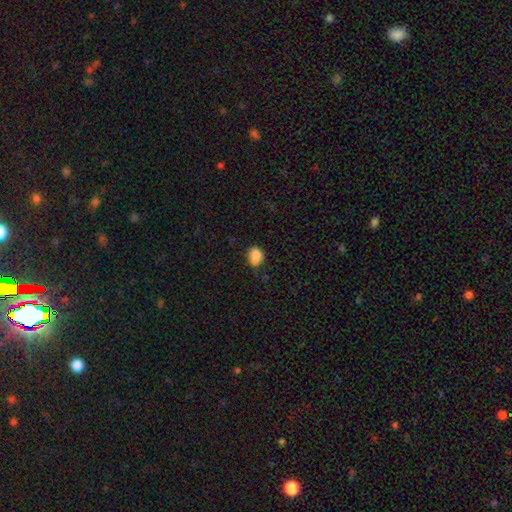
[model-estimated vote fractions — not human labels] The model was most divided on "how rounded": round: 55%, in between: 44%, cigar-shaped: 1%. Remaining: smooth or featured — smooth (78%); merging — none (39%).